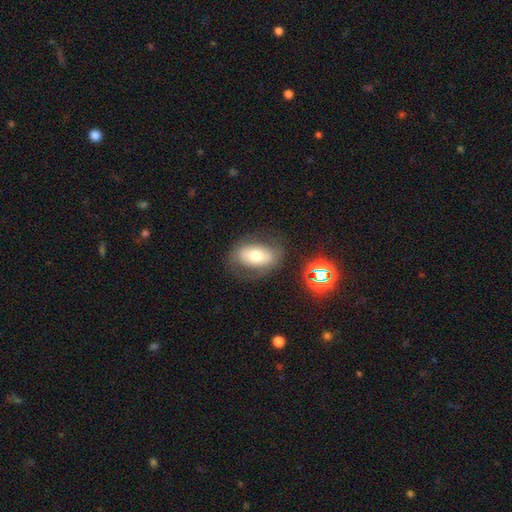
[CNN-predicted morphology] A smooth galaxy with no disk features (57%) that is in between round and cigar-shaped (88%).

Vote fractions:
- Smooth or featured? smooth: 57% / featured or disk: 31% / star or artifact: 11%
- How rounded? in between: 88% / round: 10% / cigar-shaped: 2%
- Merging? none: 73% / minor disturbance: 16% / major disturbance: 9% / merger: 3%